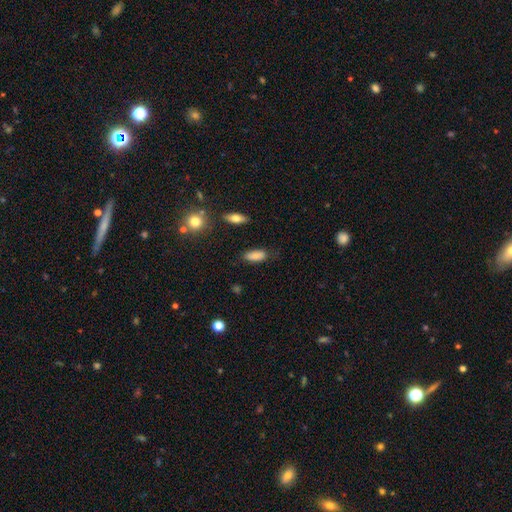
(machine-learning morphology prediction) This is clearly a smooth galaxy (83%). How rounded: clearly in between (82%). Merging: likely none (79%).